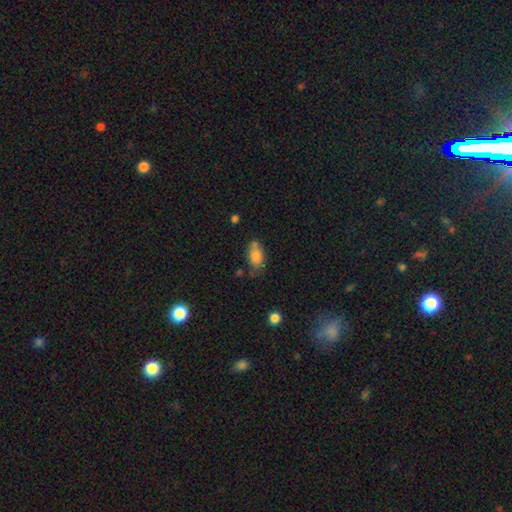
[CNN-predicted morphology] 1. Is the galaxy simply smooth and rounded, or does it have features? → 81% smooth, 10% featured or disk, 9% star or artifact.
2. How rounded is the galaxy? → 88% in between, 9% round, 3% cigar-shaped.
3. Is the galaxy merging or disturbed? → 57% none, 22% minor disturbance, 14% merger, 6% major disturbance.